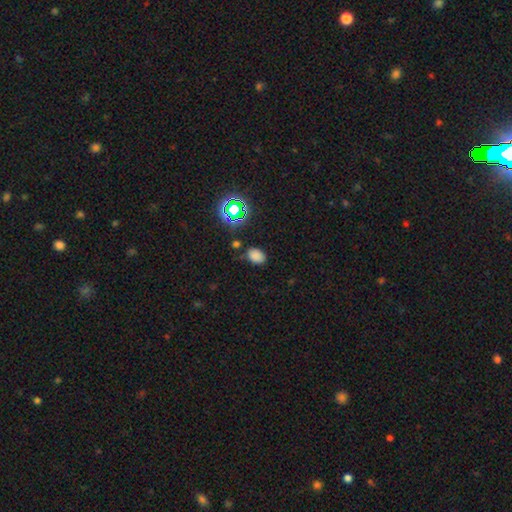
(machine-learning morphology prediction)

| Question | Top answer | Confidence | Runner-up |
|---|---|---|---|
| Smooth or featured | smooth | 74% | star or artifact (21%) |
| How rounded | in between | 81% | round (18%) |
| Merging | none | 79% | minor disturbance (13%) |